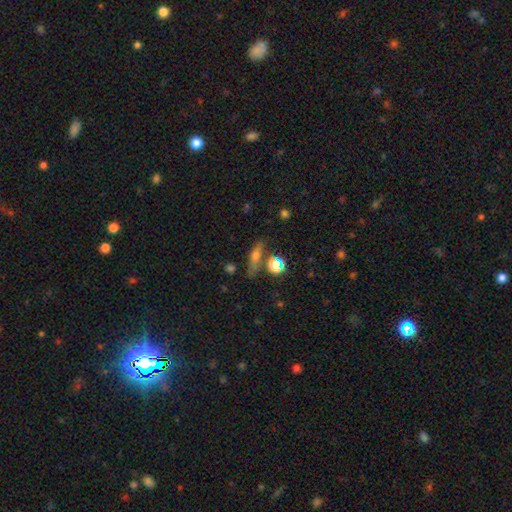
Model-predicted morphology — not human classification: This appears to be a smooth galaxy with no disk features (47%). Merging: none (73%).